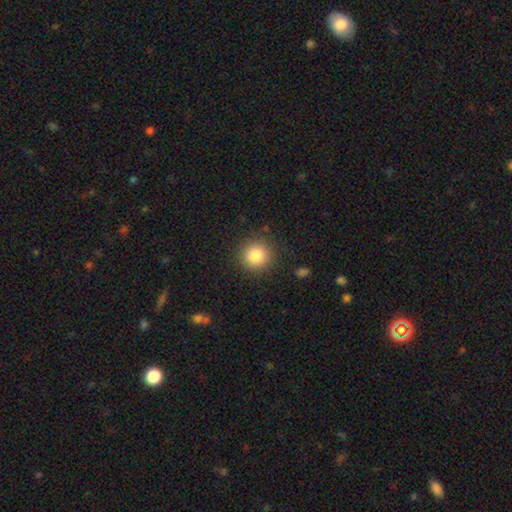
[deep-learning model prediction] This appears to be a smooth galaxy with no disk features (84%) that is round (93%). Merging: none (88%).